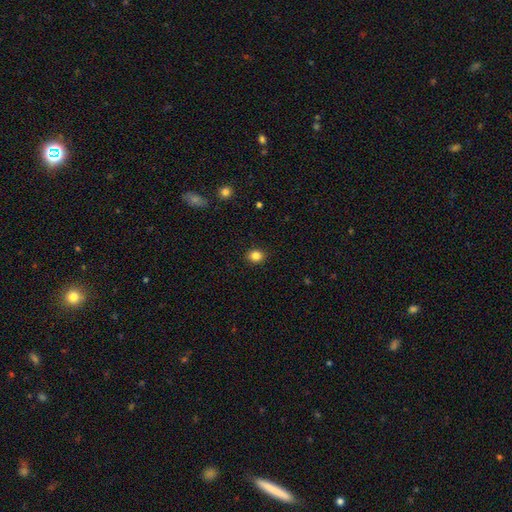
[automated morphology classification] smooth 83%, star or artifact 11%, featured or disk 5%. Down the decision tree: how rounded — round (69%); merging — none (90%).